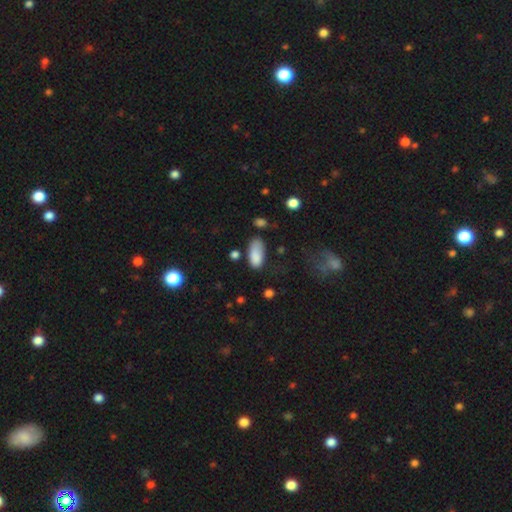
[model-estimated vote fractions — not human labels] Morphology: type=smooth (85%); roundness=in between (90%); merging=none (51%).